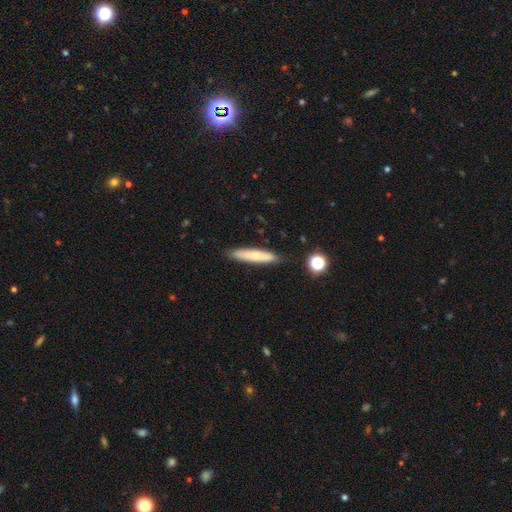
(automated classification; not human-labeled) smooth-or-featured: smooth: 67% | featured or disk: 26% | star or artifact: 7%
  how-rounded: cigar-shaped: 89% | in between: 10% | round: 1%
  merging: none: 85% | minor disturbance: 11% | major disturbance: 2% | merger: 2%